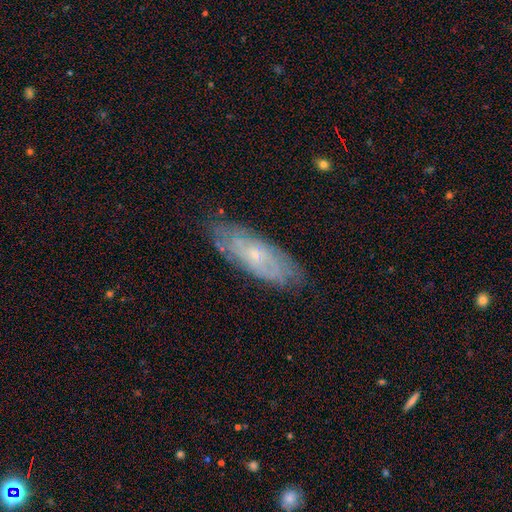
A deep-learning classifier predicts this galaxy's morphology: smooth_or_featured: featured or disk (p=0.65) [alt: smooth p=0.27]
disk_edge_on: no (p=0.81) [alt: yes p=0.19]
bar: no (p=0.75) [alt: weak p=0.21]
has_spiral_arms: yes (p=0.78) [alt: no p=0.22]
bulge_size: small (p=0.66) [alt: moderate p=0.27]
merging: none (p=0.76) [alt: minor disturbance p=0.18]